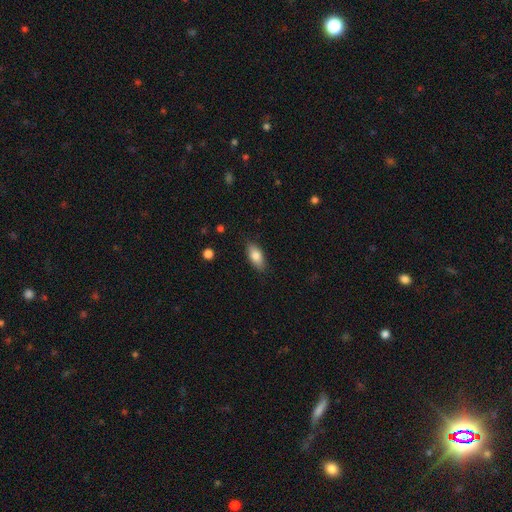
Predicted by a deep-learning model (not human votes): Smooth or featured: smooth — 81% (featured or disk — 12%)
How rounded: in between — 87% (cigar-shaped — 9%)
Merging: none — 85% (minor disturbance — 12%)